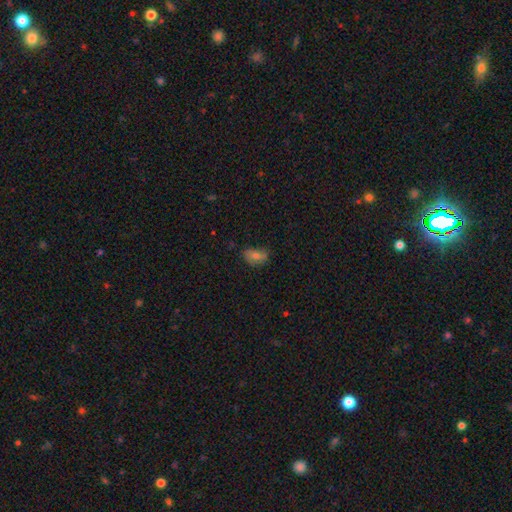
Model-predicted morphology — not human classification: A smooth galaxy with no disk features (61%) that is in between round and cigar-shaped (83%).

Vote fractions:
- Smooth or featured? smooth: 61% / featured or disk: 26% / star or artifact: 12%
- How rounded? in between: 83% / round: 15% / cigar-shaped: 2%
- Merging? none: 63% / minor disturbance: 28% / major disturbance: 7% / merger: 2%